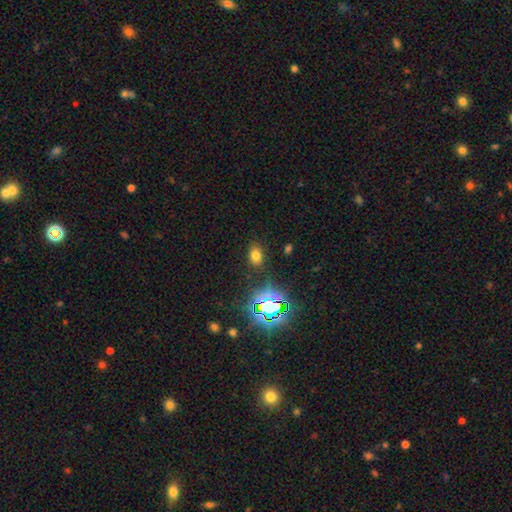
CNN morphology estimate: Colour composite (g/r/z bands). It shows a smooth galaxy with no disk features (68%) that is in between round and cigar-shaped (80%). Merging: none (84%).